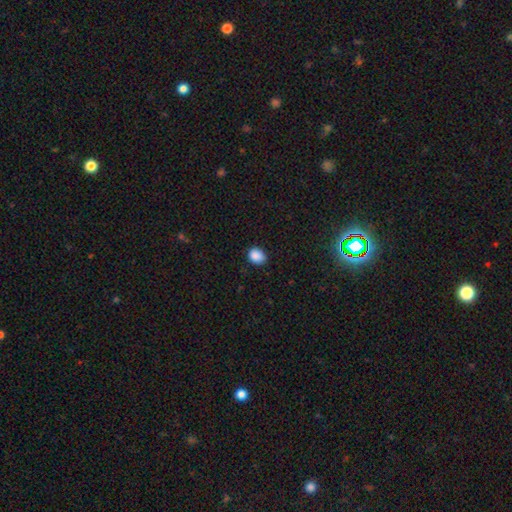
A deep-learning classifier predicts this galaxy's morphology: This appears to be a smooth galaxy with no disk features (88%) that is in between round and cigar-shaped (53%). Merging: none (81%).